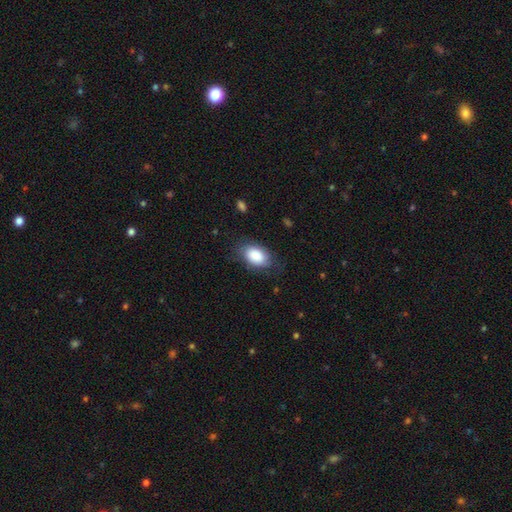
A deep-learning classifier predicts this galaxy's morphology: A smooth galaxy with no disk features (85%) that is in between round and cigar-shaped (90%). Merging: none (72%).